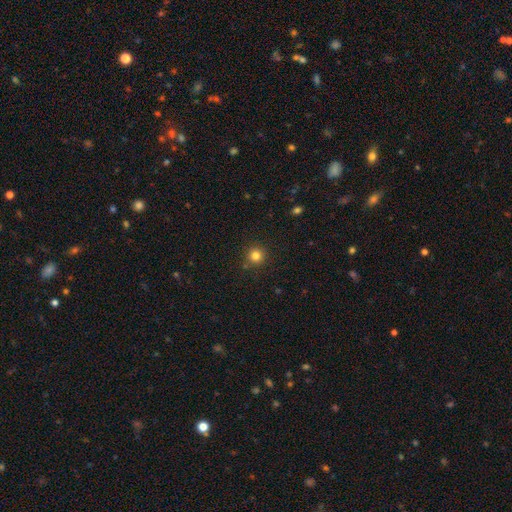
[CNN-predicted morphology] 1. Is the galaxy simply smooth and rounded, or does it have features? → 82% smooth, 13% star or artifact, 5% featured or disk.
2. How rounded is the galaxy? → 95% round, 4% in between, 1% cigar-shaped.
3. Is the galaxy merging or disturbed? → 89% none, 7% minor disturbance, 3% merger, 2% major disturbance.